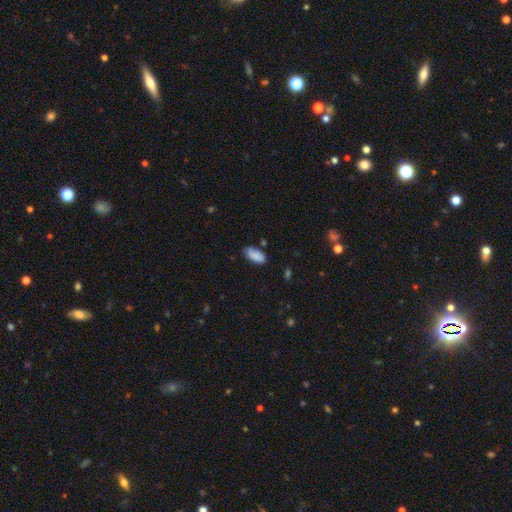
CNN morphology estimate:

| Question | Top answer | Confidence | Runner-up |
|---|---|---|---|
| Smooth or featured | smooth | 84% | featured or disk (8%) |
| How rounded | in between | 90% | cigar-shaped (8%) |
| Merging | none | 63% | minor disturbance (26%) |